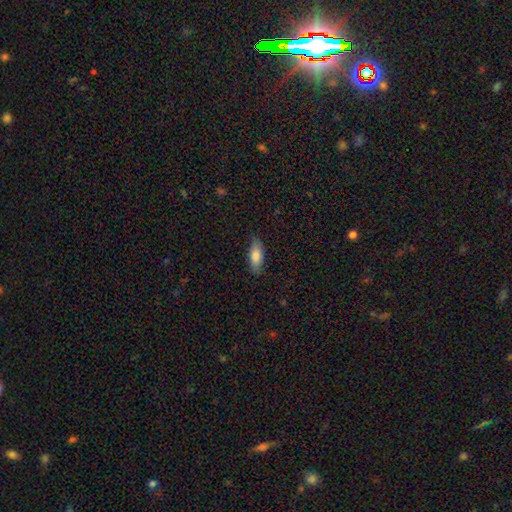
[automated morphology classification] This appears to be a smooth galaxy with no disk features (80%) that is in between round and cigar-shaped (74%). Merging: none (84%).